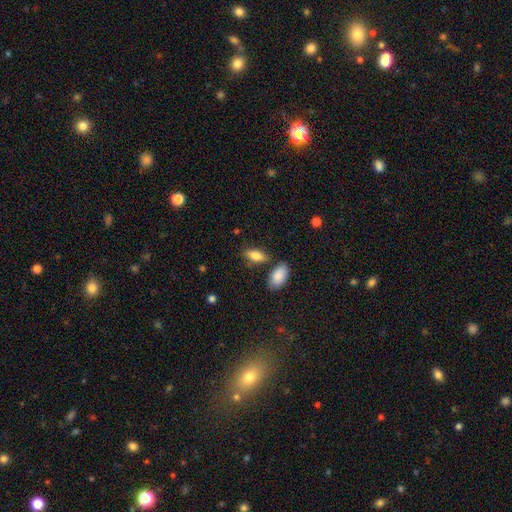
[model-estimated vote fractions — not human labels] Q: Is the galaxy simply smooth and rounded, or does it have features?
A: smooth — 83%.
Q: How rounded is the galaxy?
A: in between — 84%.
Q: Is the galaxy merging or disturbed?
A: none — 75%.